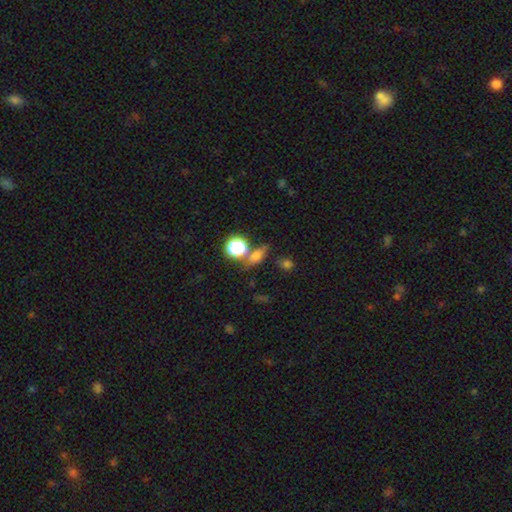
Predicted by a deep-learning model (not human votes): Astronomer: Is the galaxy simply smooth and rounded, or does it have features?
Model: smooth — 65%.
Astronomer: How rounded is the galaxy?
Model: round — 46%, tied with in between at 46%.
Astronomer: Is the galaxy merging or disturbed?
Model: none — 54%.